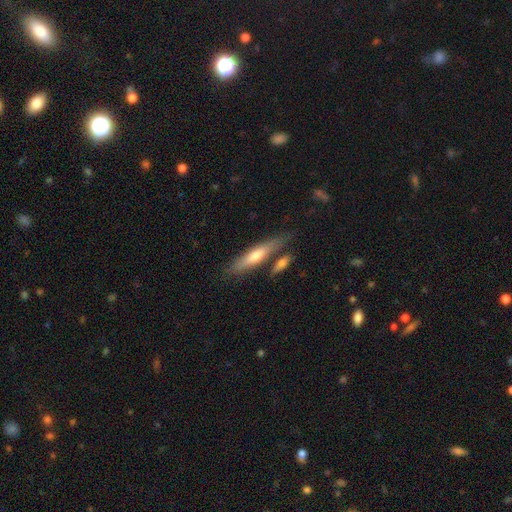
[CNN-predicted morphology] The model was most divided on "smooth or featured": smooth: 53%, featured or disk: 41%, star or artifact: 6%. More confident: how rounded — cigar-shaped (81%); merging — none (71%).